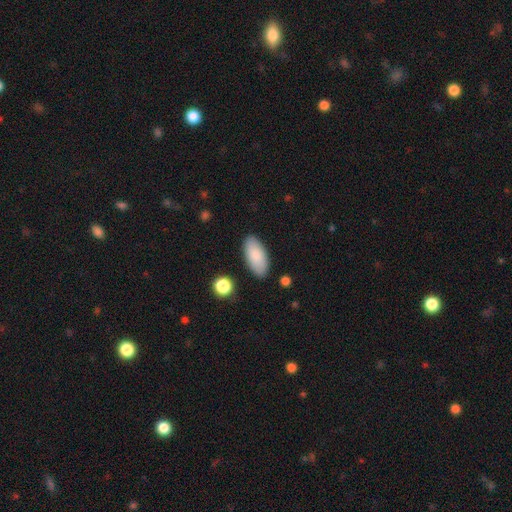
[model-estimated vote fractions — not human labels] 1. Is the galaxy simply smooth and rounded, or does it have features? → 86% smooth, 8% featured or disk, 6% star or artifact.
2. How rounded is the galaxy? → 91% in between, 7% cigar-shaped, 2% round.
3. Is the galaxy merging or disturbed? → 87% none, 9% minor disturbance, 2% major disturbance, 2% merger.